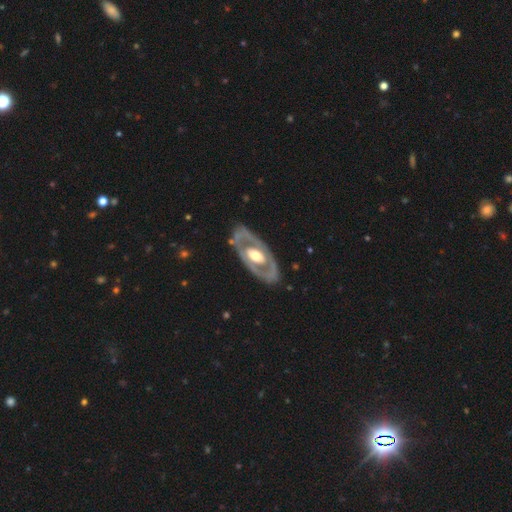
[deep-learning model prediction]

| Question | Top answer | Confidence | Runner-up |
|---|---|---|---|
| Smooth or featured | featured or disk | 72% | smooth (24%) |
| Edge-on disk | no | 89% | yes (11%) |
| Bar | no | 68% | weak (20%) |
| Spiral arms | no | 73% | yes (27%) |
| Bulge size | moderate | 62% | large (28%) |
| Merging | none | 79% | minor disturbance (14%) |